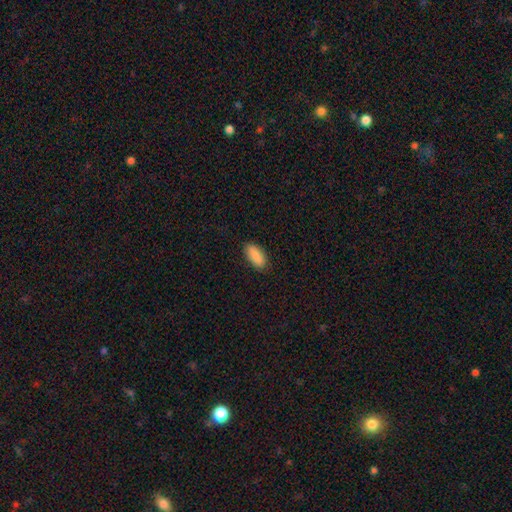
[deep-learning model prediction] smooth_or_featured: smooth (p=0.88) [alt: star or artifact p=0.06]
how_rounded: in between (p=0.85) [alt: cigar-shaped p=0.13]
merging: none (p=0.85) [alt: minor disturbance p=0.11]